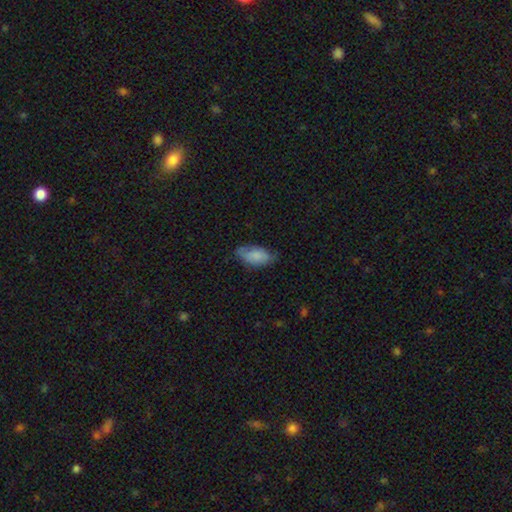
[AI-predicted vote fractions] smooth_or_featured: smooth (p=0.77) [alt: featured or disk p=0.17]
how_rounded: in between (p=0.93) [alt: cigar-shaped p=0.04]
merging: none (p=0.60) [alt: minor disturbance p=0.31]